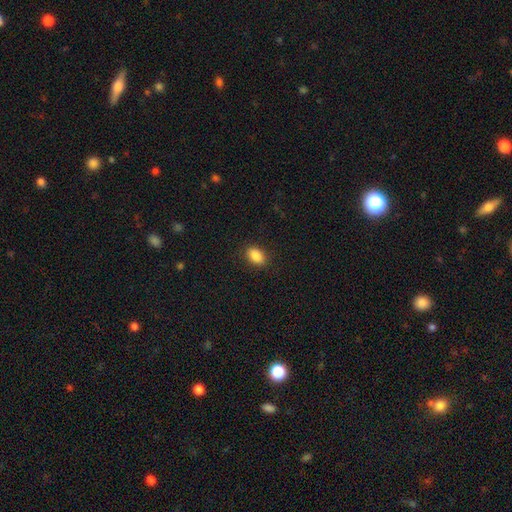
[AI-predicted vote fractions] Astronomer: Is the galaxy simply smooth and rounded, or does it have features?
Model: smooth — 87%.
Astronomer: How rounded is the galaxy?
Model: in between — 87%.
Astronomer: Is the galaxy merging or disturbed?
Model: none — 88%.